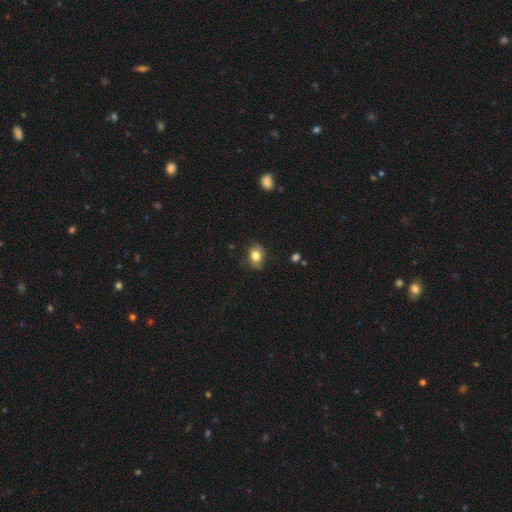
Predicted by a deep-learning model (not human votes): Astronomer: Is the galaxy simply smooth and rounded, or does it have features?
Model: smooth — 80%.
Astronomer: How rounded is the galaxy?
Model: in between — 61% (runner-up: round, 38%).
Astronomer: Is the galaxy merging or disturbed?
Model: none — 78%.